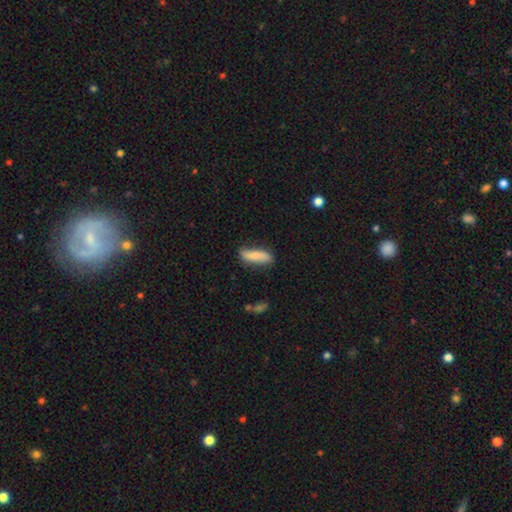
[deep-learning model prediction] Smooth or featured?
  - smooth: 68% *
  - featured or disk: 26%
  - star or artifact: 6%
How rounded?
  - cigar-shaped: 56% *
  - in between: 42%
  - round: 2%
Merging?
  - none: 76% *
  - minor disturbance: 18%
  - major disturbance: 3%
  - merger: 2%